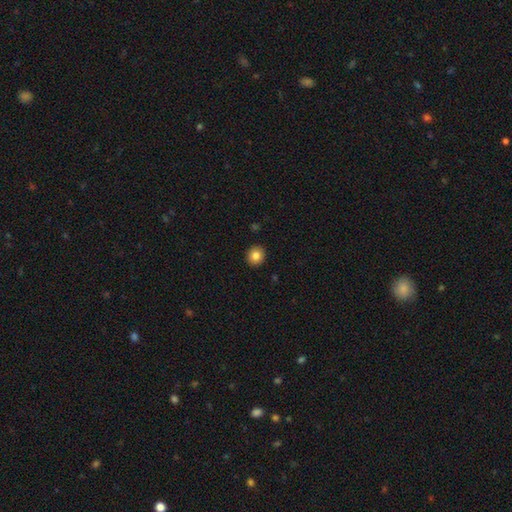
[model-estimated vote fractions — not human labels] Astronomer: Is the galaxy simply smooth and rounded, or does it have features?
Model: smooth — 84%.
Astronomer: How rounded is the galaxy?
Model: round — 86%.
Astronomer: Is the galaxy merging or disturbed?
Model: none — 92%.